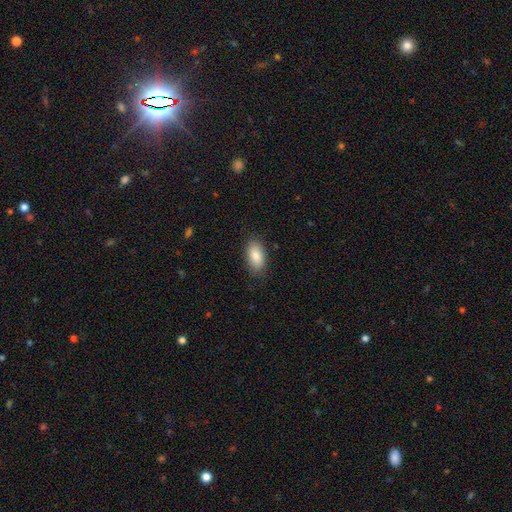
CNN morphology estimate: This appears to be a smooth galaxy with no disk features (86%) that is in between round and cigar-shaped (93%). Merging: none (85%).